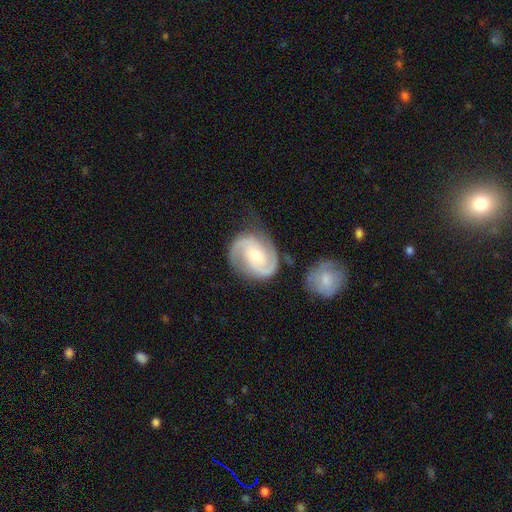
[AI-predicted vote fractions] smooth-or-featured: featured or disk: 87% | smooth: 8% | star or artifact: 5%
  disk-edge-on: no: 98% | yes: 2%
    bar: no: 53% | weak: 36% | strong: 10%
    has-spiral-arms: yes: 98% | no: 2%
      spiral-winding: medium: 51% | tight: 36% | loose: 14%
      spiral-arm-count: 2: 88% | 3: 4% | can't tell: 4% | 1: 2% | 4: 1% | more than 4: 1%
    bulge-size: moderate: 48% (tied) | small: 48% (tied) | large: 2% | none: 1% | dominant: 1%
  merging: none: 69% | minor disturbance: 19% | major disturbance: 7% | merger: 6%